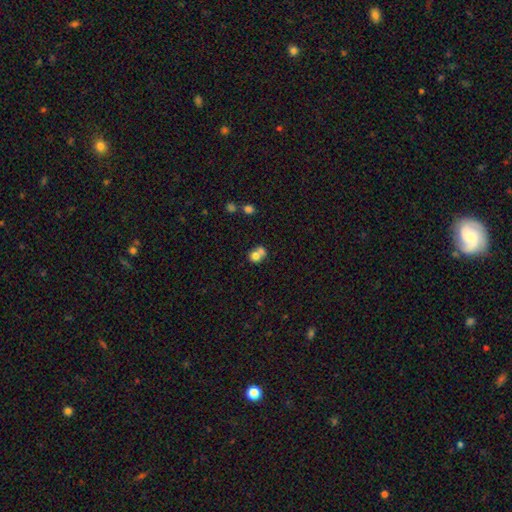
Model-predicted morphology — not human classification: The model was most divided on "merging": merger: 57%, none: 29%, minor disturbance: 9%, major disturbance: 5%. More confident: smooth or featured — smooth (73%); how rounded — round (69%).